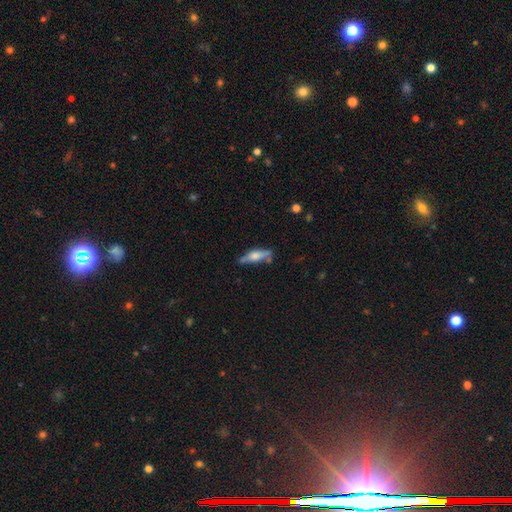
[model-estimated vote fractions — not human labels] Morphology: type=smooth (47%); merging=none (67%).